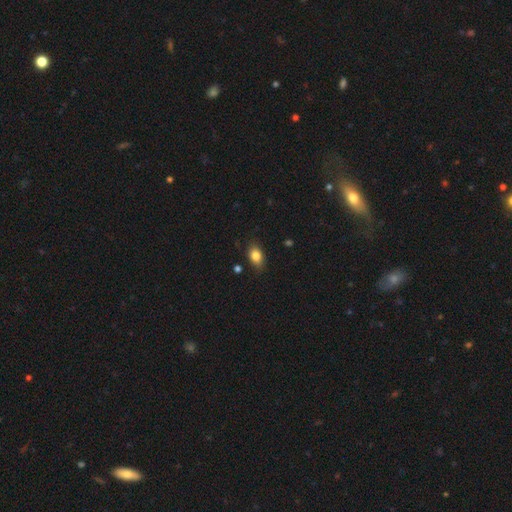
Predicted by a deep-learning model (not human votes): A smooth galaxy with no disk features (83%) that is in between round and cigar-shaped (82%). Merging: none (81%).